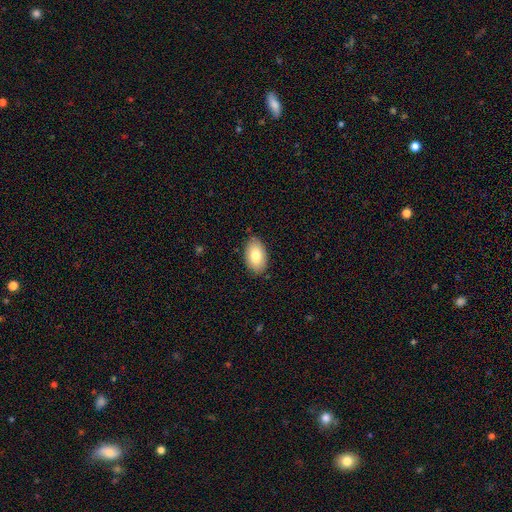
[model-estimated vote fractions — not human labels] Smooth or featured?
  - smooth: 80% *
  - featured or disk: 14%
  - star or artifact: 7%
How rounded?
  - in between: 93% *
  - round: 6%
  - cigar-shaped: 1%
Merging?
  - none: 85% *
  - minor disturbance: 11%
  - major disturbance: 2%
  - merger: 1%